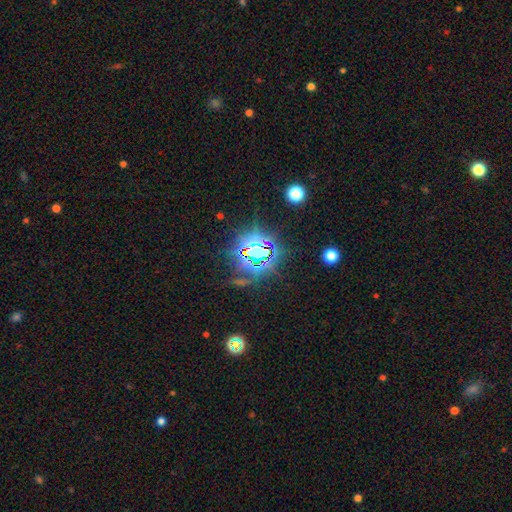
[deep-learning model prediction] Smooth or featured: star or artifact — 79% (smooth — 11%)